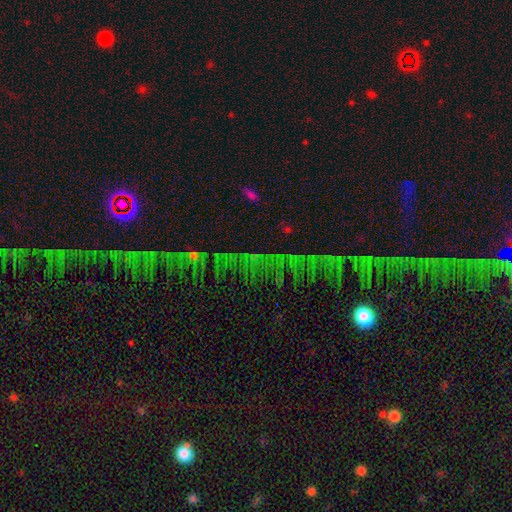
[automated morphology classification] This appears to be a star or artifact, not a galaxy (73%).